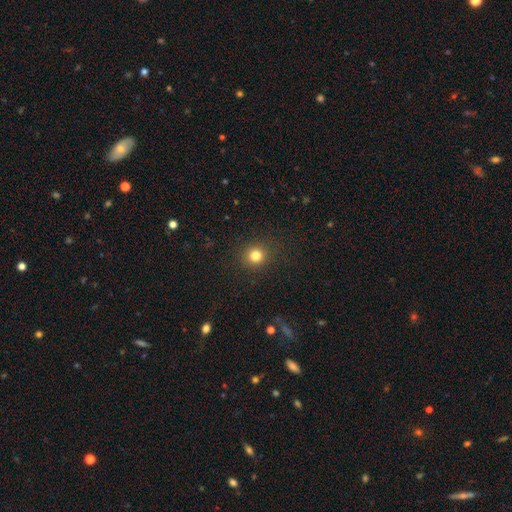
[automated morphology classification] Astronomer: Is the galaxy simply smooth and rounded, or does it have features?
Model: smooth — 82%.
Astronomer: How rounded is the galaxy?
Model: round — 90%.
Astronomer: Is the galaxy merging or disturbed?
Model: none — 90%.